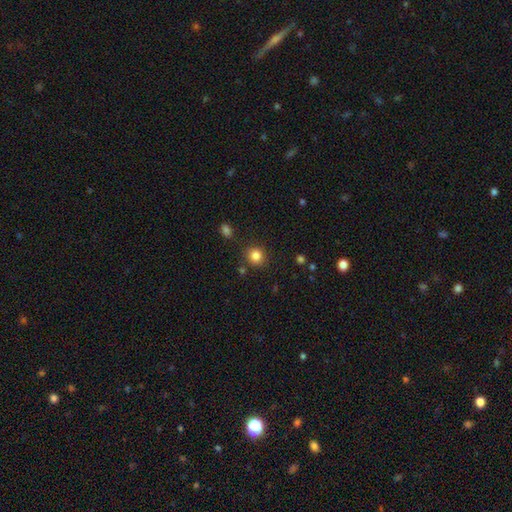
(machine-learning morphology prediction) smooth 84%, star or artifact 11%, featured or disk 5%. Down the decision tree: how rounded — round (87%); merging — none (85%).